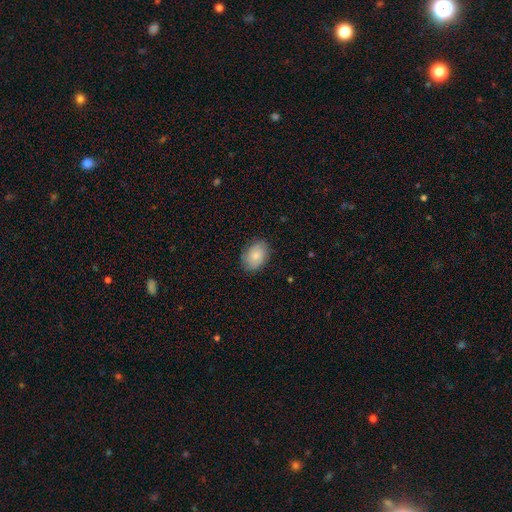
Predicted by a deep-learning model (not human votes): smooth-or-featured: smooth: 81% | featured or disk: 13% | star or artifact: 7%
  how-rounded: in between: 79% | round: 20% | cigar-shaped: 1%
  merging: none: 83% | minor disturbance: 13% | major disturbance: 3% | merger: 1%